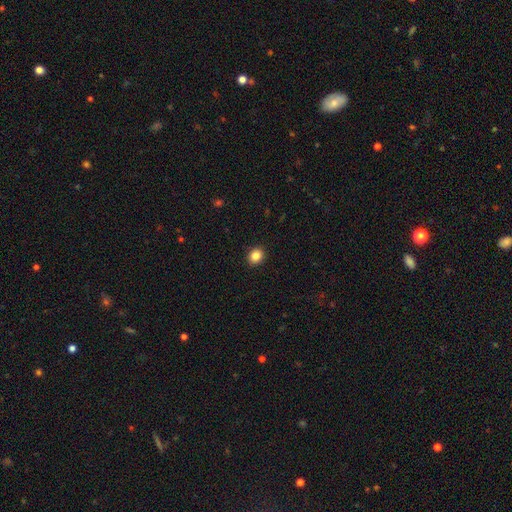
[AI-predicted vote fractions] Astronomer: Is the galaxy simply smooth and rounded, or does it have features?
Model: smooth — 85%.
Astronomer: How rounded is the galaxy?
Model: round — 69%.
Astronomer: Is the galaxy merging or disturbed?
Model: none — 92%.